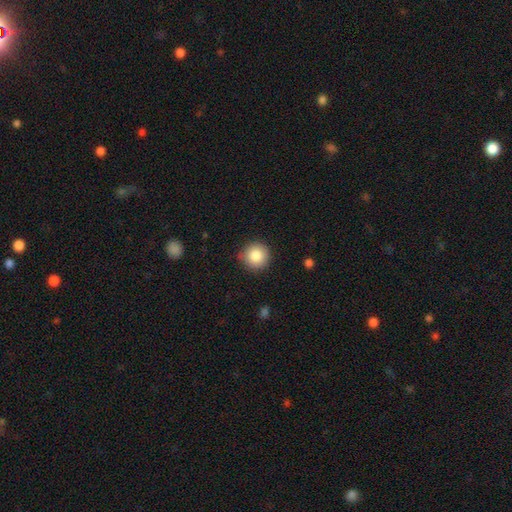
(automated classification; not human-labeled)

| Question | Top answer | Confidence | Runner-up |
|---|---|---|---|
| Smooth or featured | smooth | 85% | star or artifact (9%) |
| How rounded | round | 95% | in between (4%) |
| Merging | none | 86% | minor disturbance (10%) |